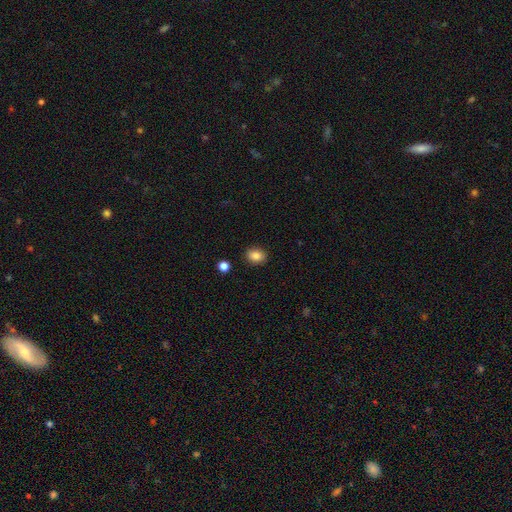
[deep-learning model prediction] Morphology: type=smooth (85%); roundness=in between (53%); merging=none (89%).